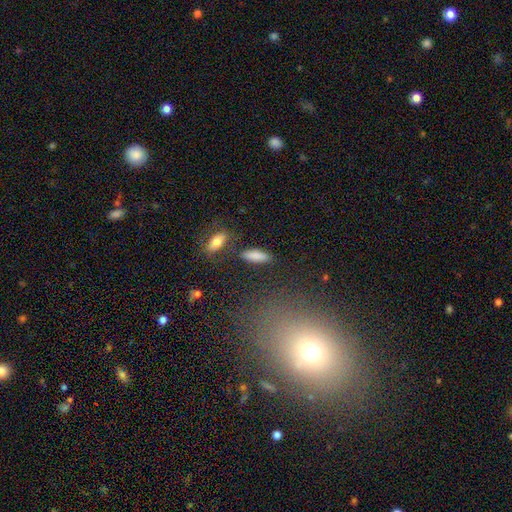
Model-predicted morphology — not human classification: Q: Smooth or featured?
A: smooth (86%); runner-up: featured or disk (7%)
Q: How rounded?
A: in between (51%); runner-up: cigar-shaped (47%)
Q: Merging?
A: none (82%); runner-up: minor disturbance (11%)